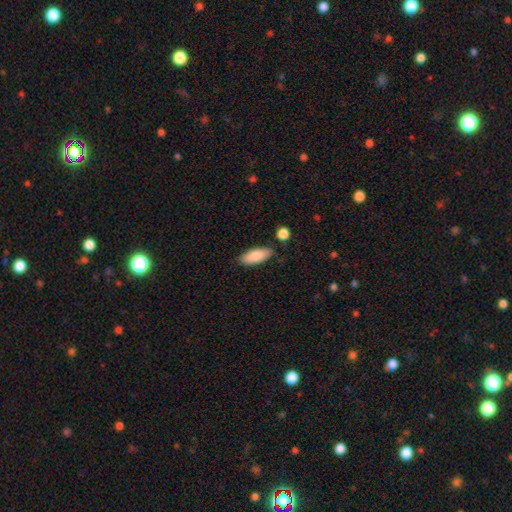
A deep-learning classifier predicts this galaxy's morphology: smooth_or_featured: smooth (p=0.86) [alt: featured or disk p=0.08]
how_rounded: in between (p=0.80) [alt: cigar-shaped p=0.18]
merging: none (p=0.81) [alt: minor disturbance p=0.12]